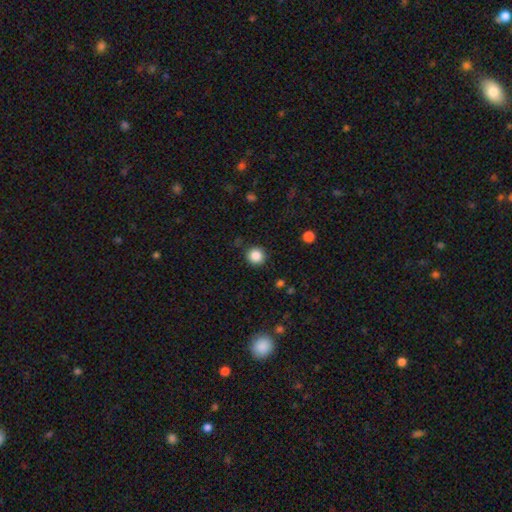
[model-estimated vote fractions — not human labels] smooth-or-featured: smooth: 86% | star or artifact: 11% | featured or disk: 4%
  how-rounded: round: 94% | in between: 6% | cigar-shaped: 1%
  merging: none: 90% | minor disturbance: 7% | major disturbance: 2% | merger: 1%